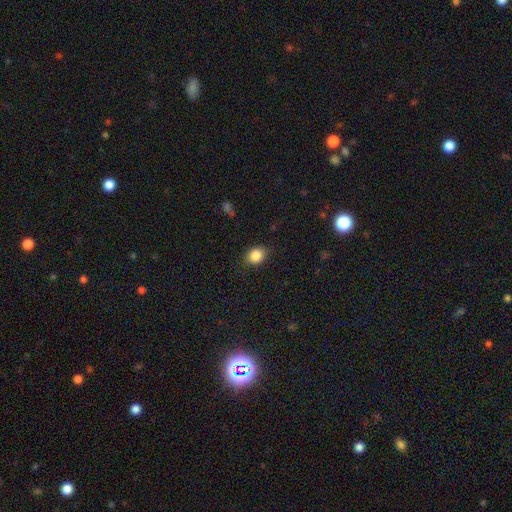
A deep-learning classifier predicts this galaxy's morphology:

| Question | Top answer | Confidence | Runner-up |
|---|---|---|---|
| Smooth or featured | smooth | 86% | star or artifact (9%) |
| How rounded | round | 54% | in between (45%) |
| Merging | none | 83% | minor disturbance (13%) |